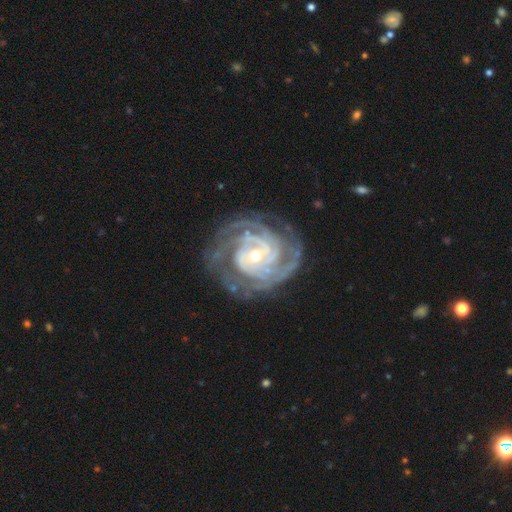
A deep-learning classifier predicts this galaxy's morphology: A featured or disk galaxy (92%) with no bar (57%), 3 (32%) tight (73%) spiral arms (98%) and a small central bulge (52%).

Vote fractions:
- Smooth or featured? featured or disk: 92% / star or artifact: 4% / smooth: 3%
- Edge-on disk? no: 98% / yes: 2%
- Bar? no: 57% / weak: 30% / strong: 13%
- Spiral arms? yes: 98% / no: 2%
- Spiral winding? tight: 73% / medium: 24% / loose: 3%
- Spiral arm count? 3: 32% / 4: 20% / 2: 17% / can't tell: 15% / more than 4: 9% / 1: 7%
- Bulge size? small: 52% / moderate: 44% / large: 2% / none: 1% / dominant: 1%
- Merging? none: 76% / minor disturbance: 16% / major disturbance: 7% / merger: 1%